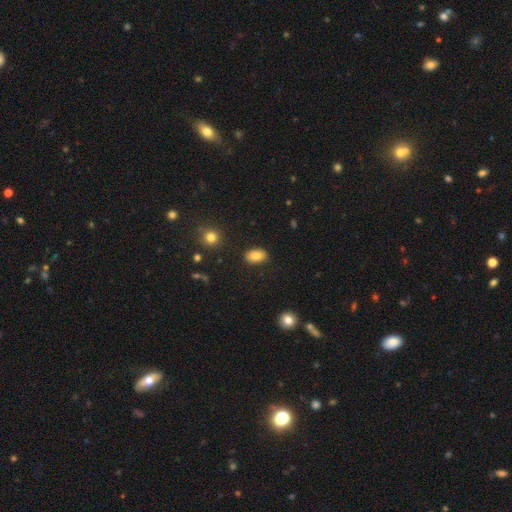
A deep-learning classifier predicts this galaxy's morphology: This is clearly a smooth galaxy (84%). How rounded: clearly in between (86%). Merging: clearly none (86%).